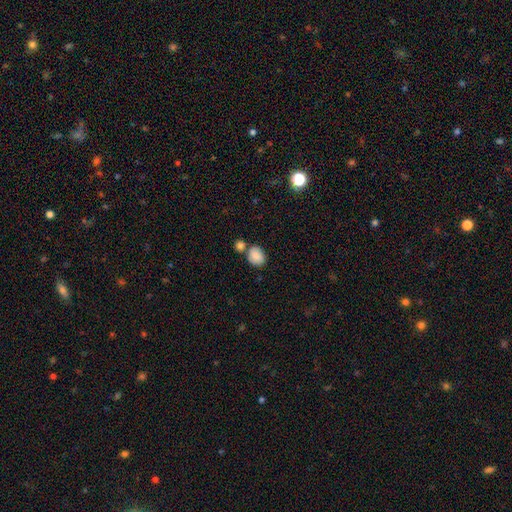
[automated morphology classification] Smooth or featured: smooth — 83% (featured or disk — 9%)
How rounded: round — 51% (in between — 48%)
Merging: none — 56% (merger — 27%)